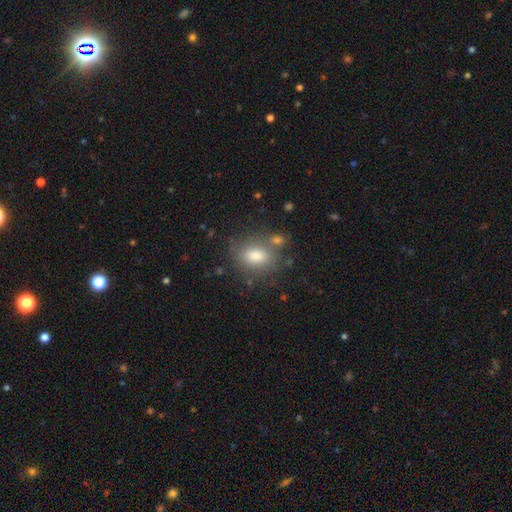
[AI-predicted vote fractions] Smooth or featured: smooth — 80% (star or artifact — 11%)
How rounded: in between — 71% (round — 27%)
Merging: none — 71% (minor disturbance — 14%)